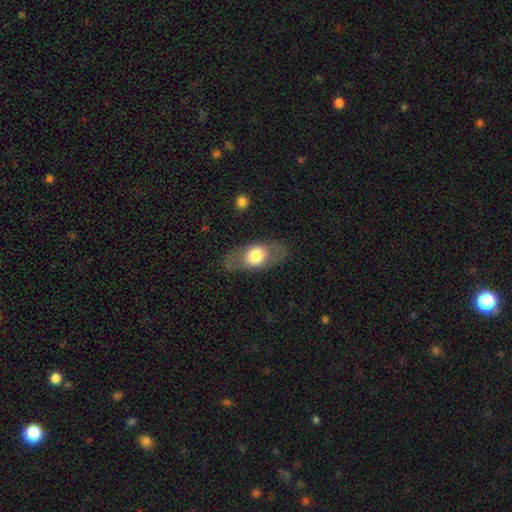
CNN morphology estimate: type=smooth (57%); roundness=in between (83%); merging=none (81%).